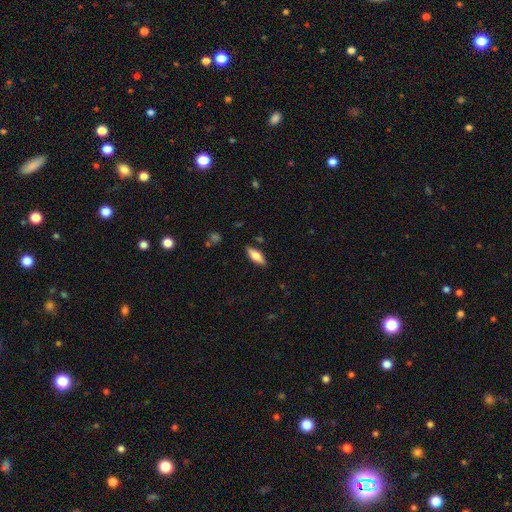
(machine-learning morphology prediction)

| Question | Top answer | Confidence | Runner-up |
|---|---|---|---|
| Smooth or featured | smooth | 67% | featured or disk (27%) |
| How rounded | in between | 68% | cigar-shaped (30%) |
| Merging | none | 86% | minor disturbance (10%) |